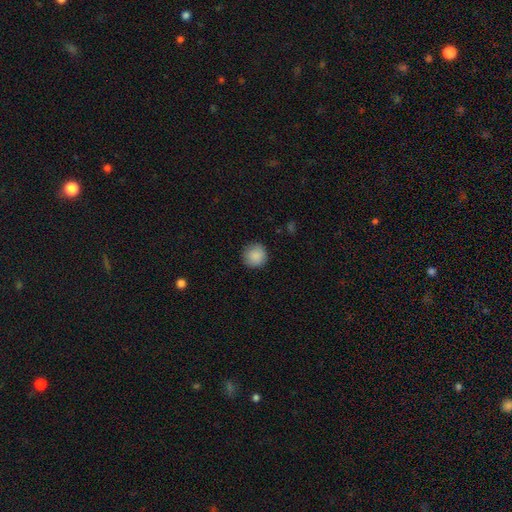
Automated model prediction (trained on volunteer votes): This appears to be a smooth galaxy with no disk features (89%) that is round (94%). Merging: none (89%).